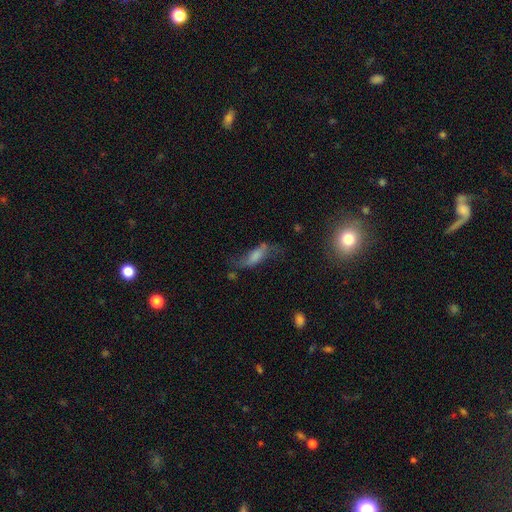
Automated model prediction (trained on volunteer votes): smooth_or_featured: smooth (p=0.45) [alt: featured or disk p=0.44]
merging: none (p=0.41) [alt: major disturbance p=0.28]